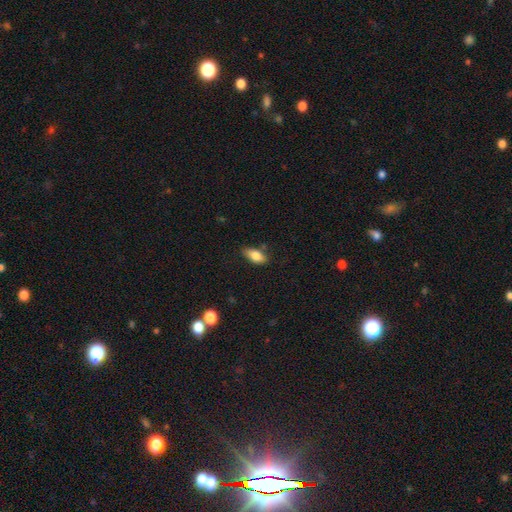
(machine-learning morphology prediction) smooth 81%, featured or disk 12%, star or artifact 7%. Down the decision tree: how rounded — in between (87%); merging — none (72%).